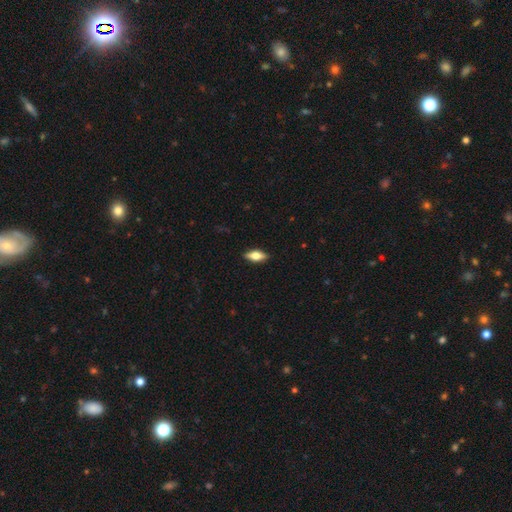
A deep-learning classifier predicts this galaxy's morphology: Q: Smooth or featured?
A: smooth (53%); runner-up: featured or disk (40%)
Q: How rounded?
A: in between (74%); runner-up: cigar-shaped (23%)
Q: Merging?
A: none (88%); runner-up: minor disturbance (9%)